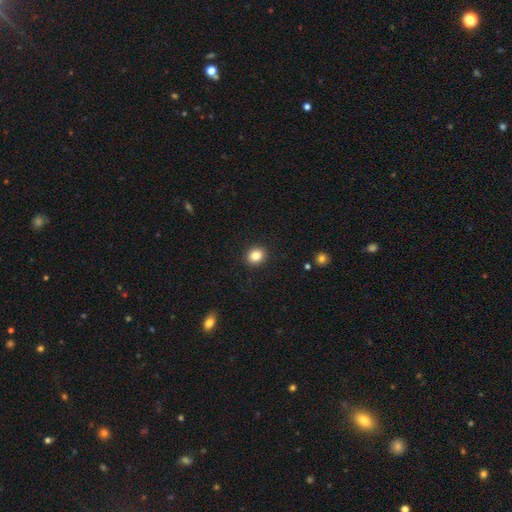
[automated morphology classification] Smooth or featured? Predicted: smooth (p=0.85). How rounded? Predicted: round (p=0.66). Merging? Predicted: none (p=0.91).